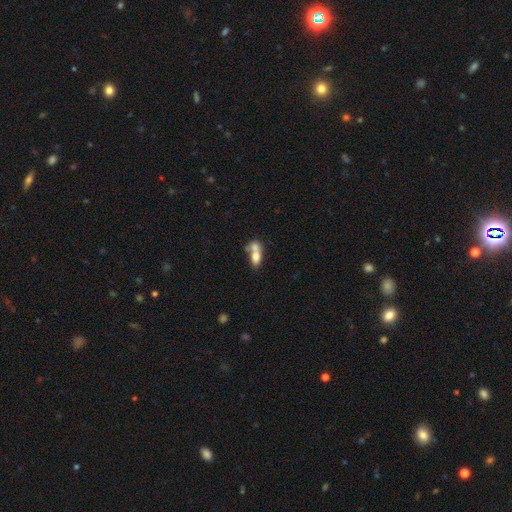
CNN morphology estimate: Q: Smooth or featured?
A: smooth (70%); runner-up: featured or disk (21%)
Q: How rounded?
A: in between (78%); runner-up: round (12%)
Q: Merging?
A: merger (66%); runner-up: none (21%)